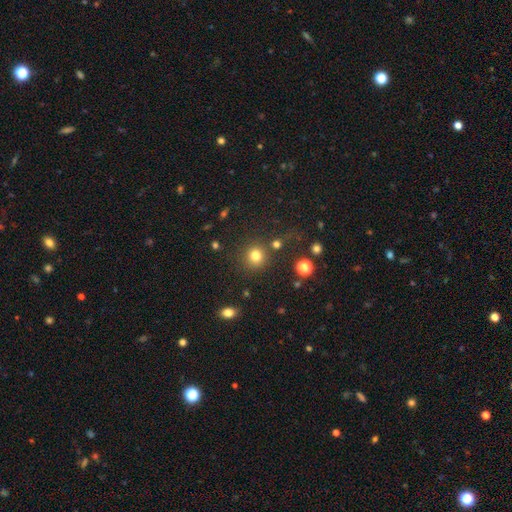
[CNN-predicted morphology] This is likely a smooth galaxy (79%). How rounded: clearly round (90%). Merging: clearly none (82%).